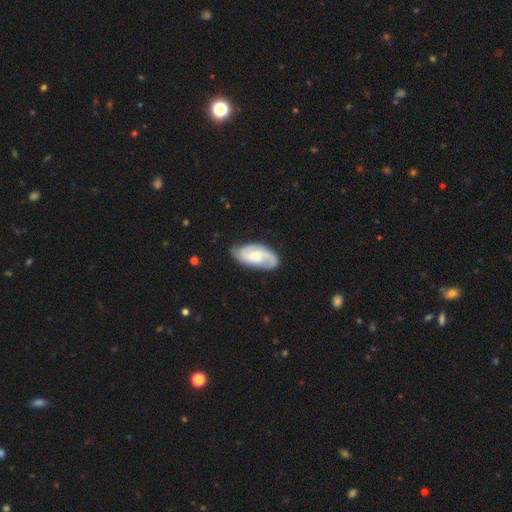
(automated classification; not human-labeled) This is likely a featured or disk galaxy (74%). It is clearly not viewed edge-on (95%). Bar: likely no (61%). Spiral arm pattern: clearly yes (95%). Spiral arm count: likely 2 (73%). Spiral winding: marginally medium (43%). Central bulge: possibly small (48%). Merging: likely none (73%).